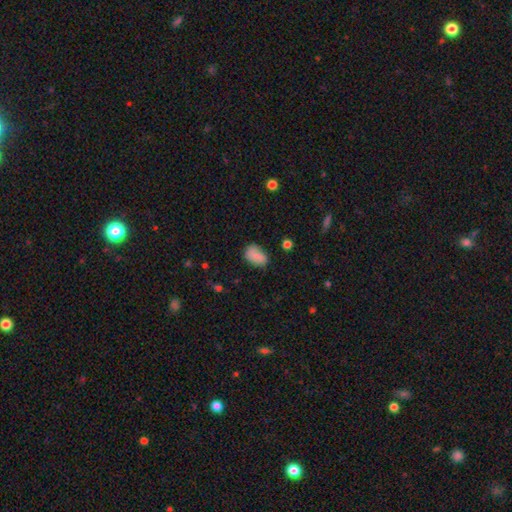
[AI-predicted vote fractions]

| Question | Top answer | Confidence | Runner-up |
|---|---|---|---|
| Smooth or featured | smooth | 83% | star or artifact (8%) |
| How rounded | in between | 89% | round (10%) |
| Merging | none | 68% | minor disturbance (24%) |